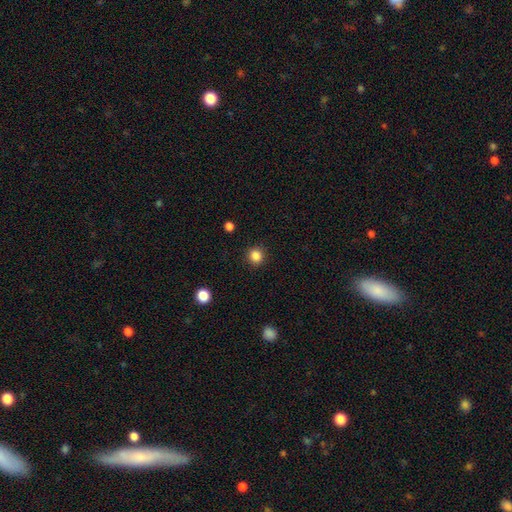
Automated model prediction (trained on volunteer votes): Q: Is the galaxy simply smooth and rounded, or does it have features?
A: smooth — 85%.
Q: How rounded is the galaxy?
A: round — 91%.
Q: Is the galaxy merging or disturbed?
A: none — 91%.